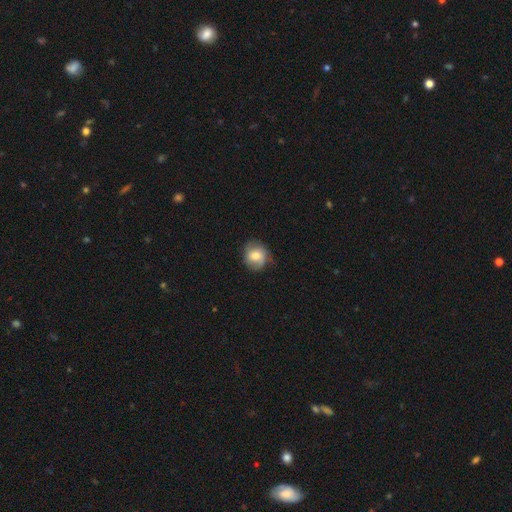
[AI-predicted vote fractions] The model was most divided on "smooth or featured": smooth: 57%, featured or disk: 35%, star or artifact: 8%. More confident: how rounded — round (78%); merging — none (69%).